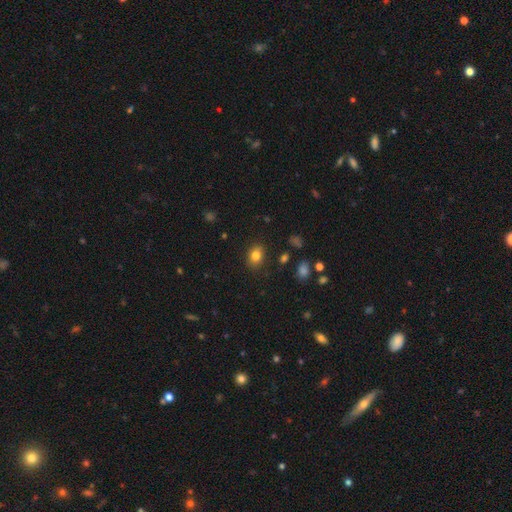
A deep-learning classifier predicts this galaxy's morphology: Smooth or featured: smooth — 81% (star or artifact — 11%)
How rounded: in between — 59% (round — 40%)
Merging: none — 86% (minor disturbance — 10%)